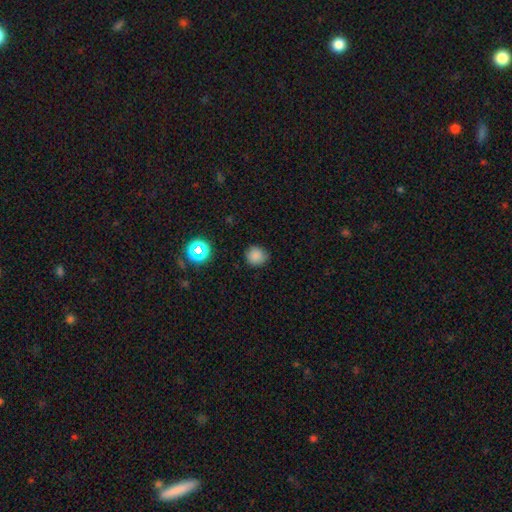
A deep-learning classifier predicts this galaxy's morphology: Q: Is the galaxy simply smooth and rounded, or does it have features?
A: smooth — 81%.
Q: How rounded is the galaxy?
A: round — 88%.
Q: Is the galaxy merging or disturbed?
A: none — 84%.